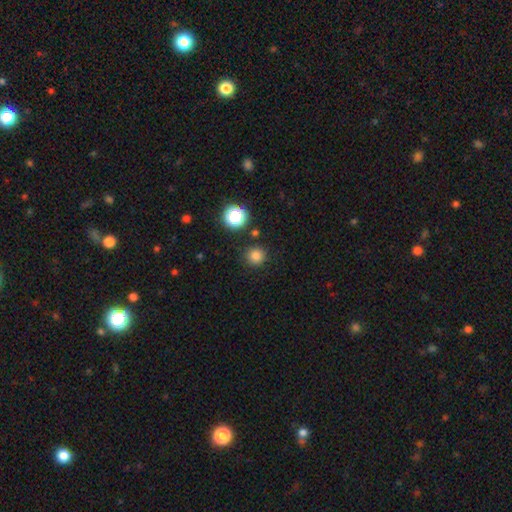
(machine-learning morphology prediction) Overall: smooth (81%). How rounded: round (94%). Merging: none (87%).